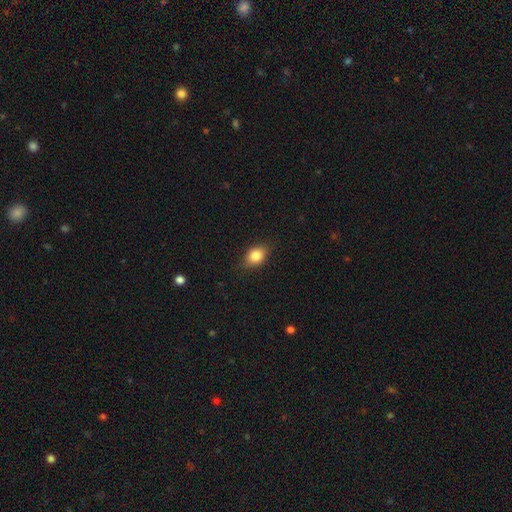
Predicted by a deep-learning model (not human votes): smooth_or_featured: smooth (p=0.83) [alt: star or artifact p=0.09]
how_rounded: in between (p=0.65) [alt: round p=0.33]
merging: none (p=0.79) [alt: minor disturbance p=0.17]